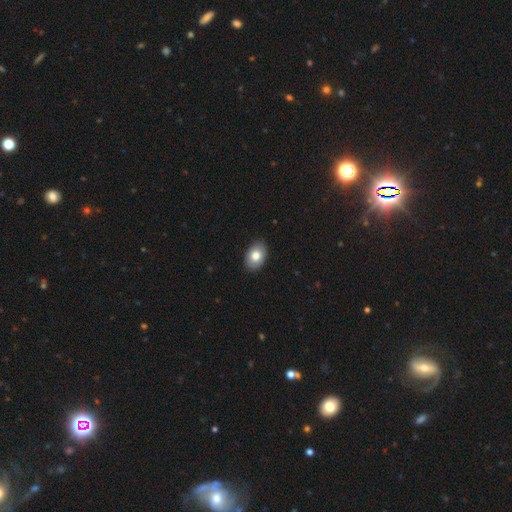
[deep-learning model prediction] Overall: smooth (79%). How rounded: in between (86%). Merging: none (87%).